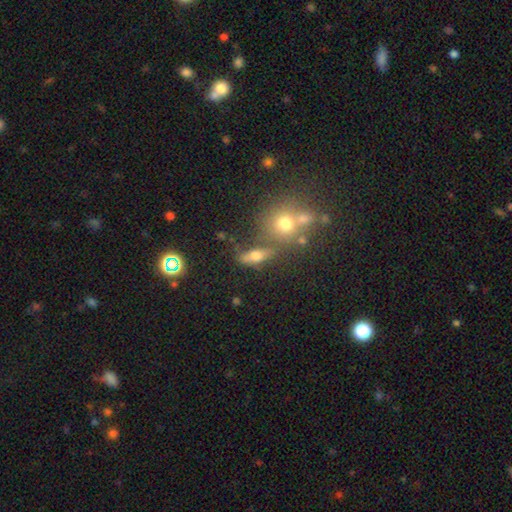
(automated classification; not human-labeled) smooth-or-featured: smooth: 51% | featured or disk: 31% | star or artifact: 18%
  how-rounded: in between: 47% | cigar-shaped: 34% | round: 18%
  merging: none: 59% | merger: 17% | minor disturbance: 16% | major disturbance: 9%